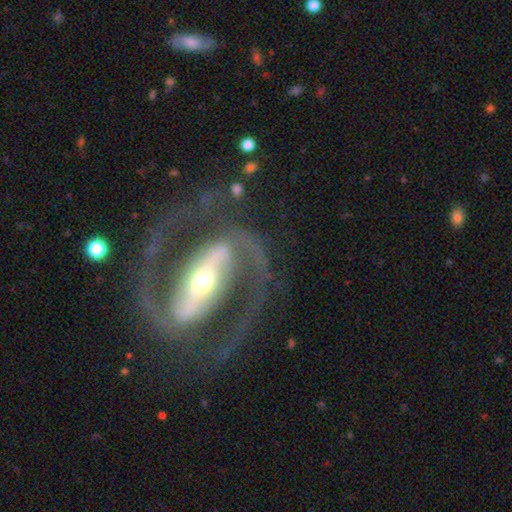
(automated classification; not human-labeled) The model was most divided on "bulge size": small: 48%, moderate: 45%, large: 5%, dominant: 1%, none: 1%. More confident: spiral arms — yes (98%); edge-on disk — no (97%); spiral arm count — 2 (94%); smooth or featured — featured or disk (93%); merging — none (80%); bar — strong (76%); spiral winding — medium (60%).